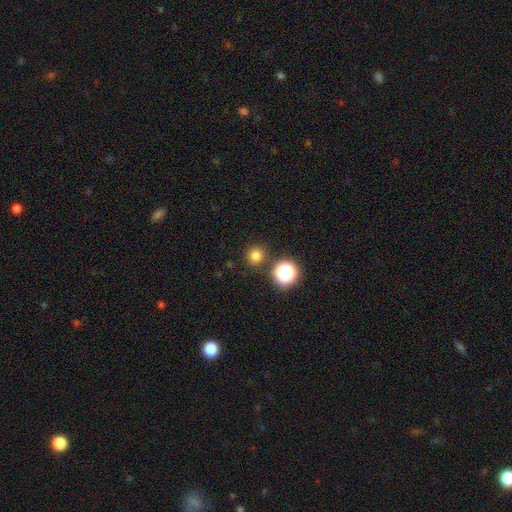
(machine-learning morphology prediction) A smooth galaxy with no disk features (77%) that is round (92%).

Vote fractions:
- Smooth or featured? smooth: 77% / star or artifact: 19% / featured or disk: 5%
- How rounded? round: 92% / in between: 7% / cigar-shaped: 1%
- Merging? none: 85% / minor disturbance: 6% / merger: 6% / major disturbance: 2%